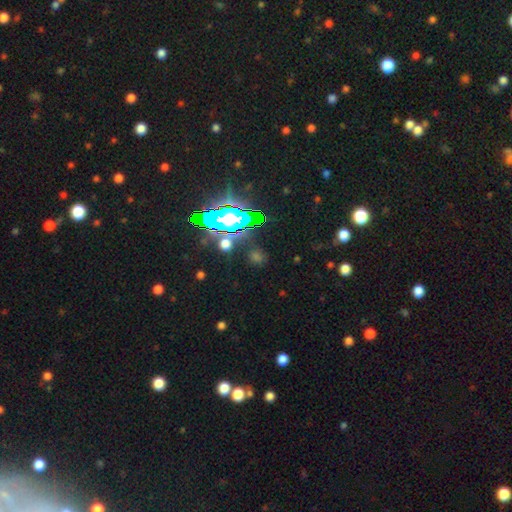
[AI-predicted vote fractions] Smooth or featured: star or artifact — 60% (smooth — 27%)